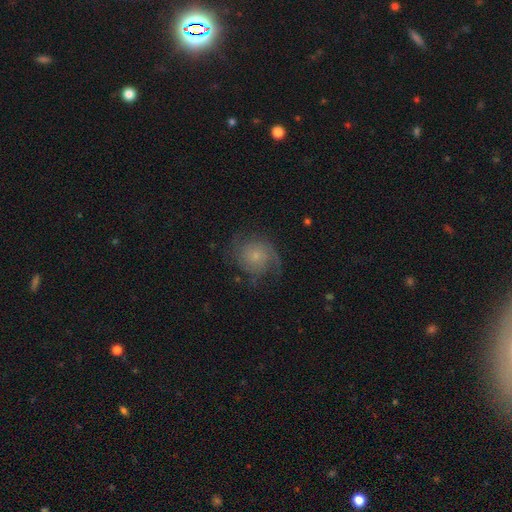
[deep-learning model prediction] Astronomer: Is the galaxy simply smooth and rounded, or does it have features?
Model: featured or disk — 63%.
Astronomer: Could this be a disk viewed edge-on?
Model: no — 98%.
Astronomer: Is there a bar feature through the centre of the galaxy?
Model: no — 81%.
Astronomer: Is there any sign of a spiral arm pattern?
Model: yes — 90%.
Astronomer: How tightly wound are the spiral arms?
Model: medium — 40% (runner-up: tight, 34%).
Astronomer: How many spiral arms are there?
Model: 2 — 46% (runner-up: can't tell, 23%).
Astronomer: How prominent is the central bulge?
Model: small — 73%.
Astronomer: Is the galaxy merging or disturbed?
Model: none — 62%.